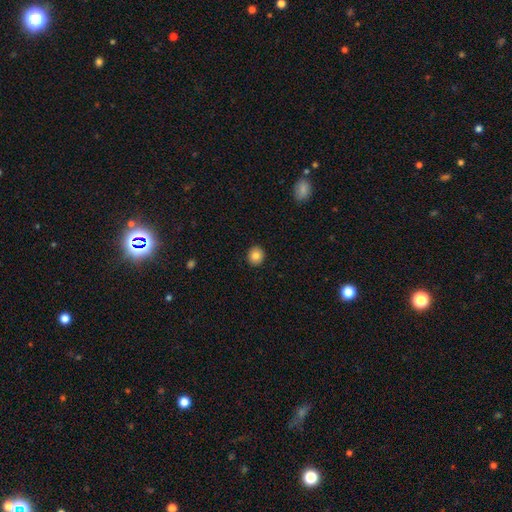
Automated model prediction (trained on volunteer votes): This is clearly a smooth galaxy (84%). How rounded: clearly round (89%). Merging: clearly none (92%).